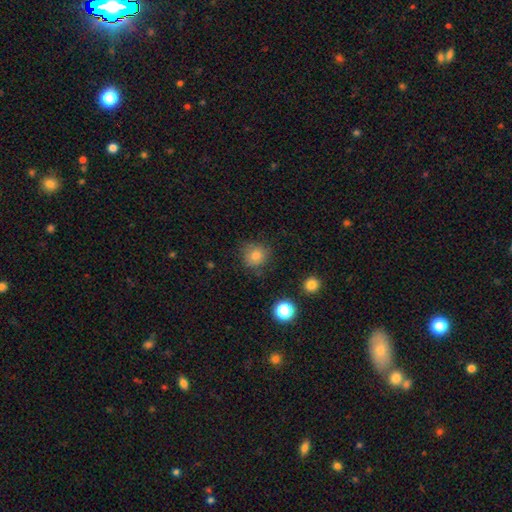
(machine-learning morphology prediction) Q: Smooth or featured?
A: smooth (80%); runner-up: star or artifact (13%)
Q: How rounded?
A: round (88%); runner-up: in between (12%)
Q: Merging?
A: none (78%); runner-up: minor disturbance (16%)